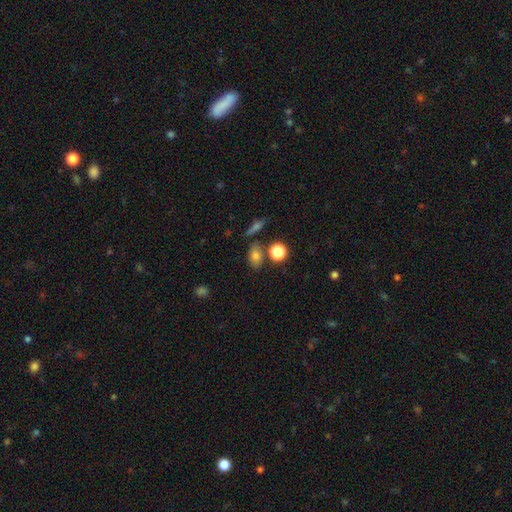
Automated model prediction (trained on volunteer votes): Smooth or featured? Predicted: smooth (p=0.75). How rounded? Predicted: in between (p=0.72). Merging? Predicted: none (p=0.72).